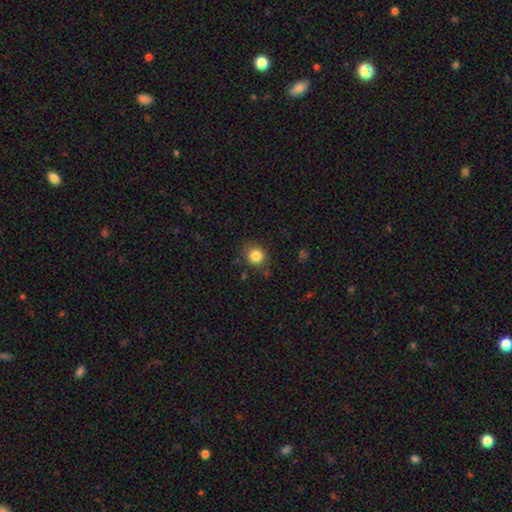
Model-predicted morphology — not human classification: smooth-or-featured: smooth: 85% | star or artifact: 10% | featured or disk: 5%
  how-rounded: round: 85% | in between: 14% | cigar-shaped: 1%
  merging: none: 83% | minor disturbance: 12% | major disturbance: 3% | merger: 2%